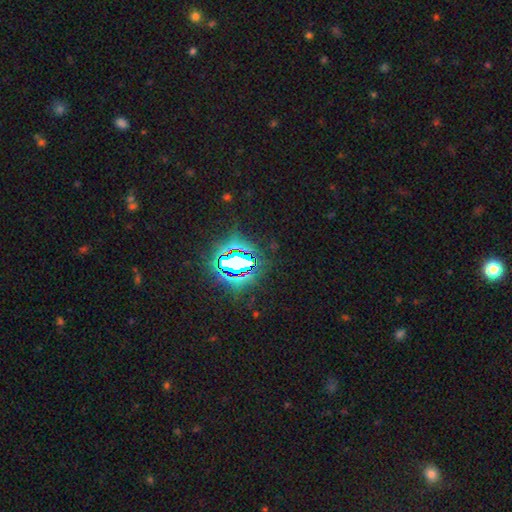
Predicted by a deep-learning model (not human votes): smooth-or-featured: star or artifact: 83% | smooth: 10% | featured or disk: 7%